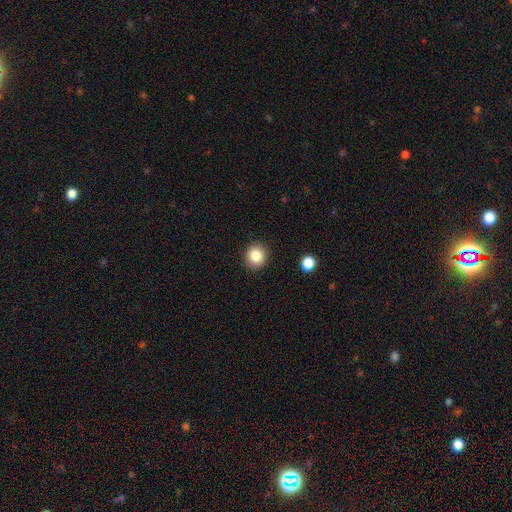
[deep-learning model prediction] smooth 85%, star or artifact 10%, featured or disk 5%. Down the decision tree: how rounded — round (87%); merging — none (90%).